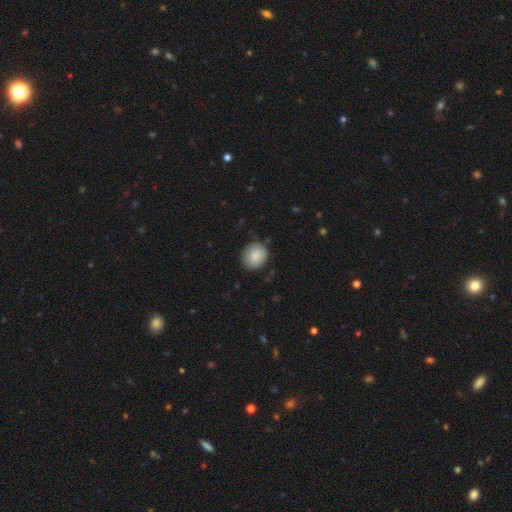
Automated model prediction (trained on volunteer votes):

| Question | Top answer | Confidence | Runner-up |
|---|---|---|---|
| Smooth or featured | smooth | 86% | star or artifact (7%) |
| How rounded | round | 77% | in between (23%) |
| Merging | none | 81% | minor disturbance (14%) |